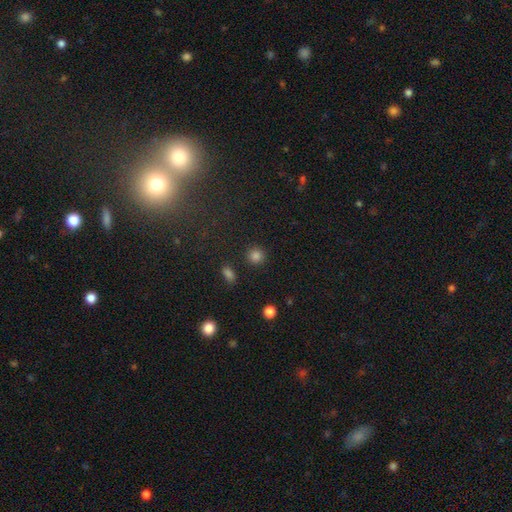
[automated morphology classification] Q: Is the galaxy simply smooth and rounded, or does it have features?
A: smooth — 84%.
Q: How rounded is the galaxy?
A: round — 90%.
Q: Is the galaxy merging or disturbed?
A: none — 89%.